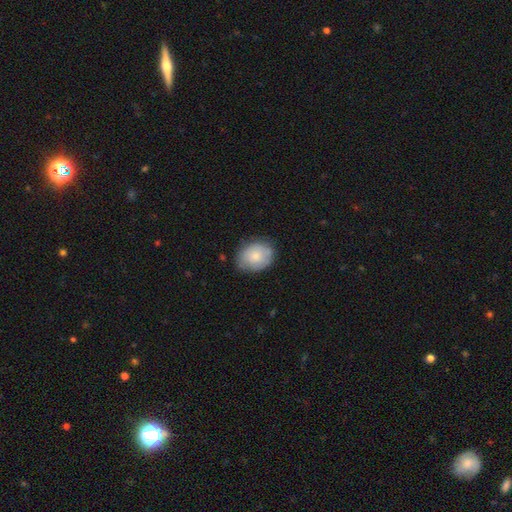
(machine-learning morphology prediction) type=smooth (73%); roundness=in between (59%); merging=none (73%).